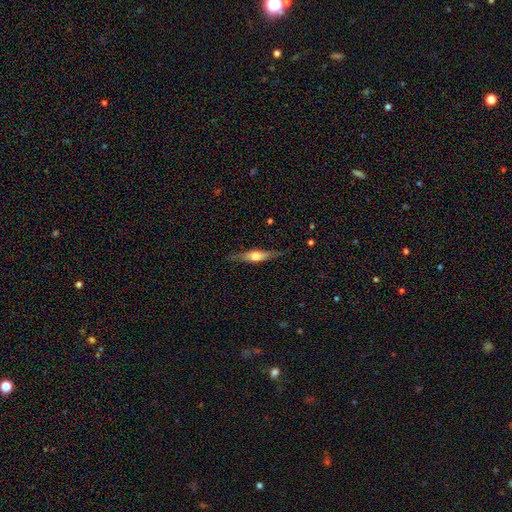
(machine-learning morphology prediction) A featured or disk galaxy (61%) viewed edge-on (92%) with a rounded central bulge (83%). Merging: none (82%).